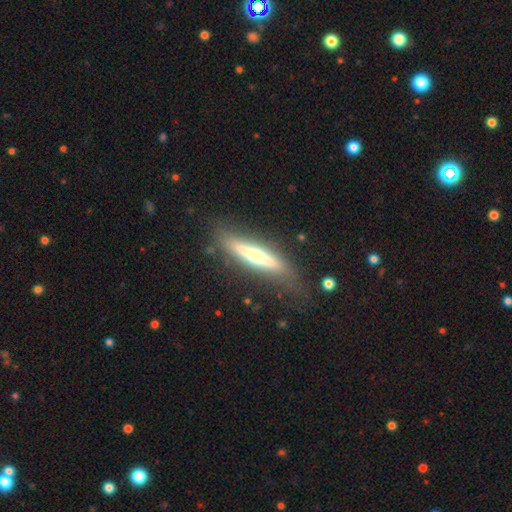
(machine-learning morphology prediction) Smooth or featured?
  - featured or disk: 59% *
  - smooth: 35%
  - star or artifact: 6%
Edge-on disk?
  - yes: 88% *
  - no: 12%
Edge-on bulge?
  - rounded: 82% *
  - none: 11%
  - boxy: 8%
Merging?
  - none: 76% *
  - minor disturbance: 15%
  - major disturbance: 7%
  - merger: 2%